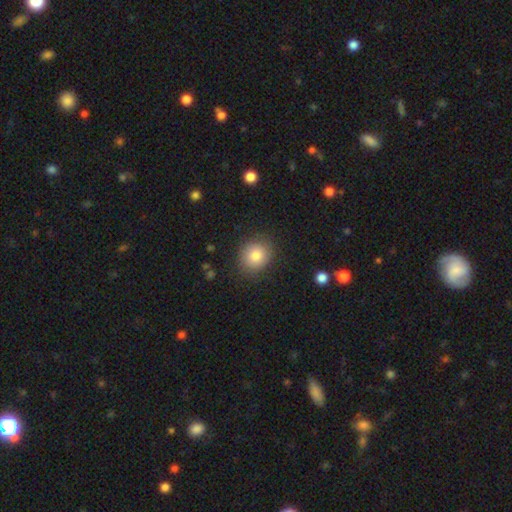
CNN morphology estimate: Smooth or featured? smooth (80%)
How rounded? round (76%)
Merging? none (83%)